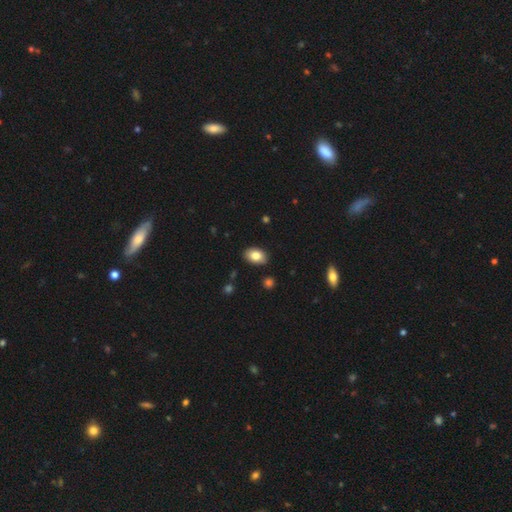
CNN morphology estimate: smooth 82%, featured or disk 10%, star or artifact 8%. Down the decision tree: how rounded — in between (89%); merging — none (88%).